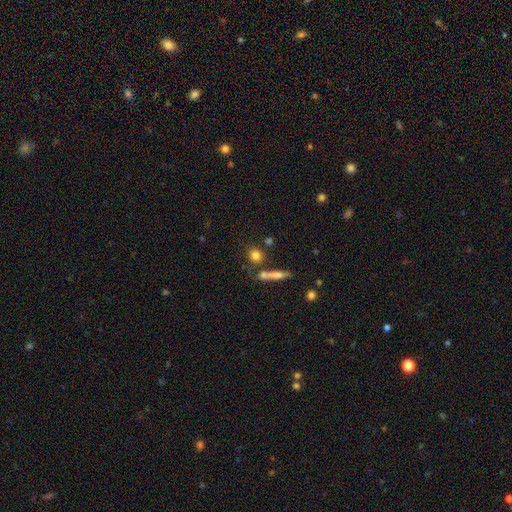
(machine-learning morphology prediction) Smooth or featured? smooth (79%)
How rounded? round (74%)
Merging? none (69%)